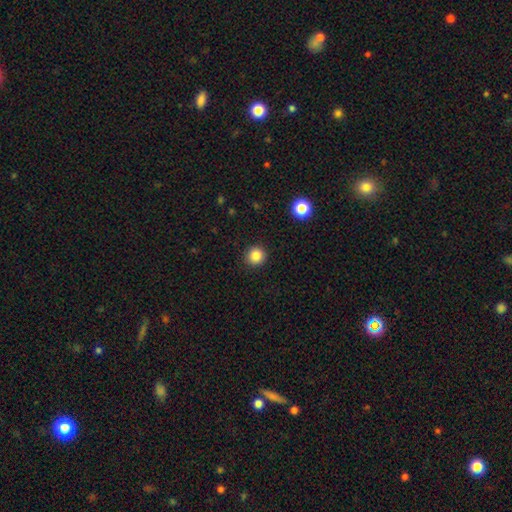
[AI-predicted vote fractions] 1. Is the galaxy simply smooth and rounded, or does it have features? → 85% smooth, 11% star or artifact, 4% featured or disk.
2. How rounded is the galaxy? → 94% round, 5% in between, 1% cigar-shaped.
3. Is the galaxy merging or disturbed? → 92% none, 5% minor disturbance, 2% major disturbance, 1% merger.